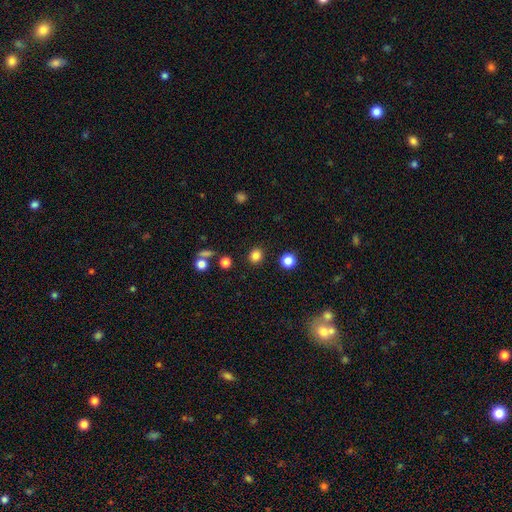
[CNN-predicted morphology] smooth-or-featured: smooth: 82% | star or artifact: 13% | featured or disk: 4%
  how-rounded: round: 82% | in between: 17% | cigar-shaped: 1%
  merging: none: 89% | minor disturbance: 6% | merger: 3% | major disturbance: 2%